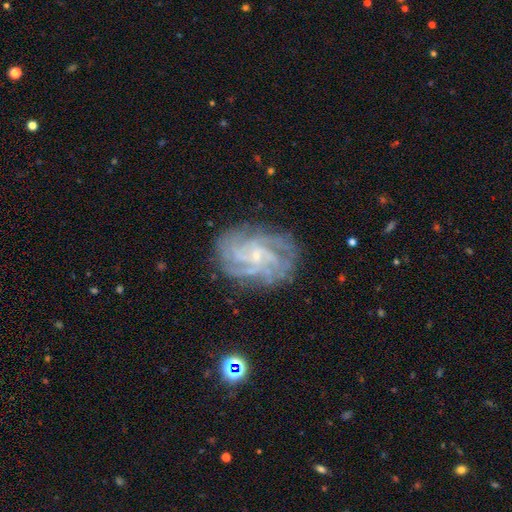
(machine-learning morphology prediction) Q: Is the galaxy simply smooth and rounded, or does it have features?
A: featured or disk — 85%.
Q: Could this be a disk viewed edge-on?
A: no — 97%.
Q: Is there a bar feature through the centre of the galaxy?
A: no — 57%.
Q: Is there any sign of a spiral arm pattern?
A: yes — 96%.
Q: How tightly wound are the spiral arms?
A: tight — 55%.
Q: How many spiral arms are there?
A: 4 — 27%, tied with can't tell.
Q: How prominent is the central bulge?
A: small — 77%.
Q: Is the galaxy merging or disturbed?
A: none — 76%.